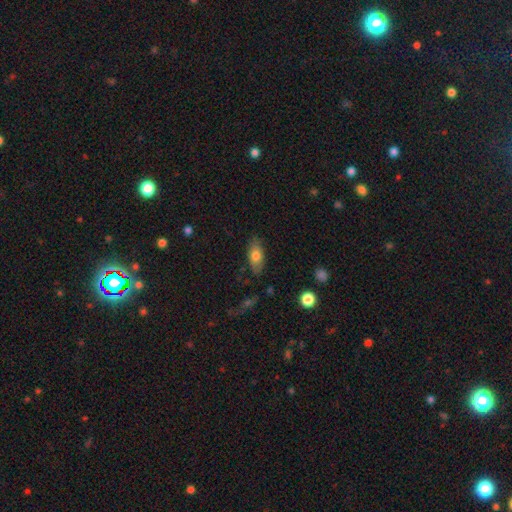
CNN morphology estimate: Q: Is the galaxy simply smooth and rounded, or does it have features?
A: smooth — 75%.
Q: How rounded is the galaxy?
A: in between — 83%.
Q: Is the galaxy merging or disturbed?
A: none — 83%.